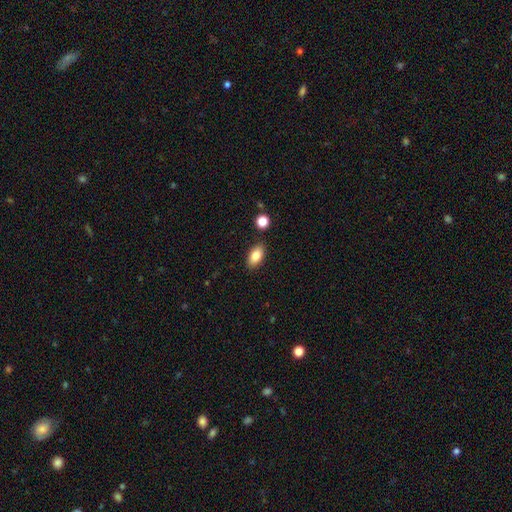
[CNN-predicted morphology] A smooth galaxy with no disk features (83%) that is in between round and cigar-shaped (91%). Merging: none (87%).